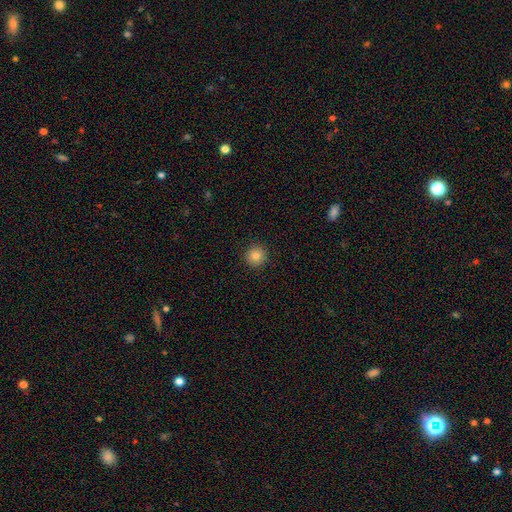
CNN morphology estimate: smooth_or_featured: smooth (p=0.84) [alt: star or artifact p=0.10]
how_rounded: round (p=0.95) [alt: in between p=0.04]
merging: none (p=0.93) [alt: minor disturbance p=0.05]